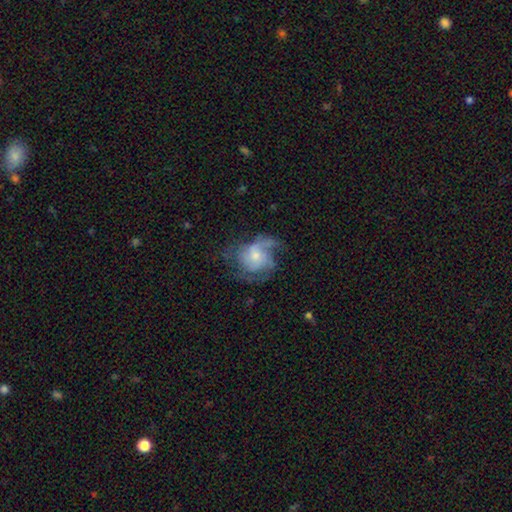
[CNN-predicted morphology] Overall: featured or disk (69%). Edge-on disk: no (98%). Bar: no (73%). Spiral arms: yes (85%). Spiral arm count: 3 (29%; can't tell 27%). Spiral winding: medium (42%; loose 35%). Bulge size: small (50%; moderate 36%). Merging: none (45%; major disturbance 31%).